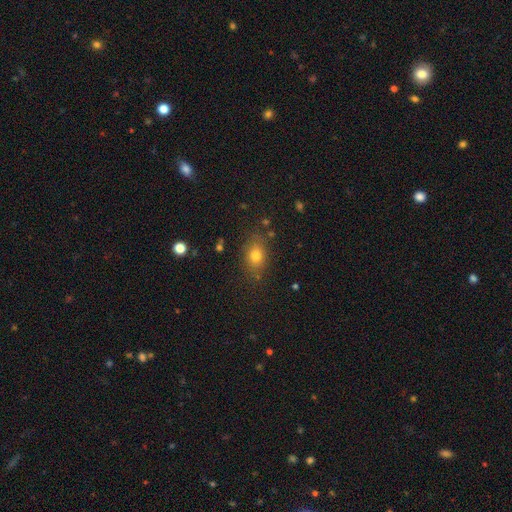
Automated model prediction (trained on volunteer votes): A smooth galaxy with no disk features (76%) that is in between round and cigar-shaped (70%).

Vote fractions:
- Smooth or featured? smooth: 76% / star or artifact: 13% / featured or disk: 11%
- How rounded? in between: 70% / round: 28% / cigar-shaped: 2%
- Merging? none: 80% / minor disturbance: 14% / major disturbance: 4% / merger: 2%